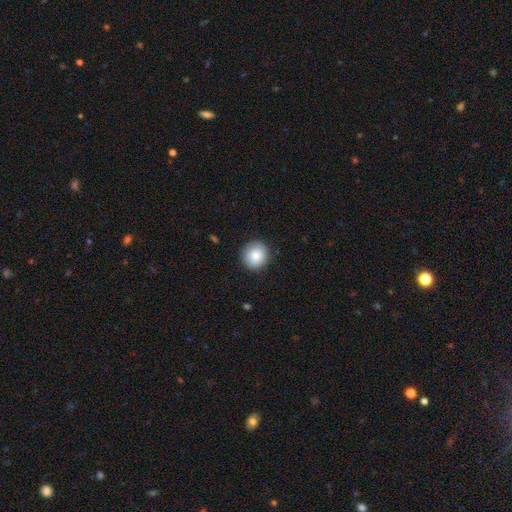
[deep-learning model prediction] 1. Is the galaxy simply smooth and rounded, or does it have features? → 85% smooth, 8% star or artifact, 7% featured or disk.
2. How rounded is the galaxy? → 93% round, 6% in between, 1% cigar-shaped.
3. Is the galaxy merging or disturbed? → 90% none, 7% minor disturbance, 2% major disturbance, 1% merger.